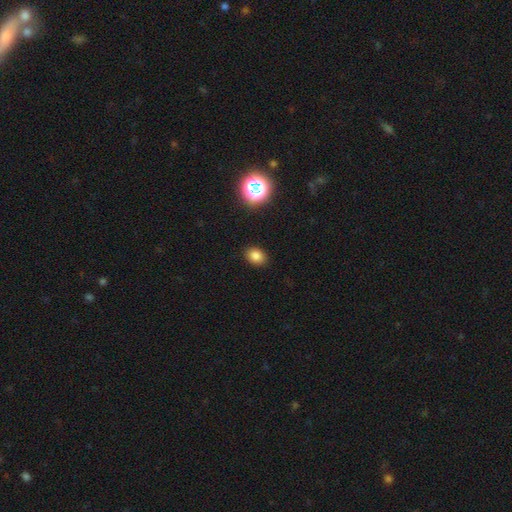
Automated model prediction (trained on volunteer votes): Smooth or featured: smooth — 80% (star or artifact — 14%)
How rounded: in between — 61% (round — 38%)
Merging: none — 89% (minor disturbance — 8%)